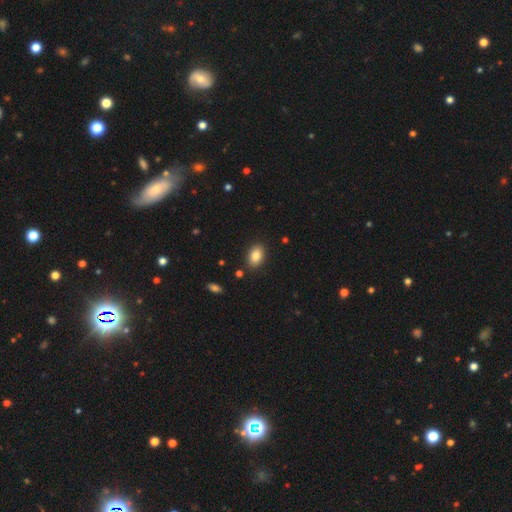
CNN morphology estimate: Smooth or featured: smooth — 85% (star or artifact — 8%)
How rounded: in between — 86% (round — 13%)
Merging: none — 88% (minor disturbance — 8%)